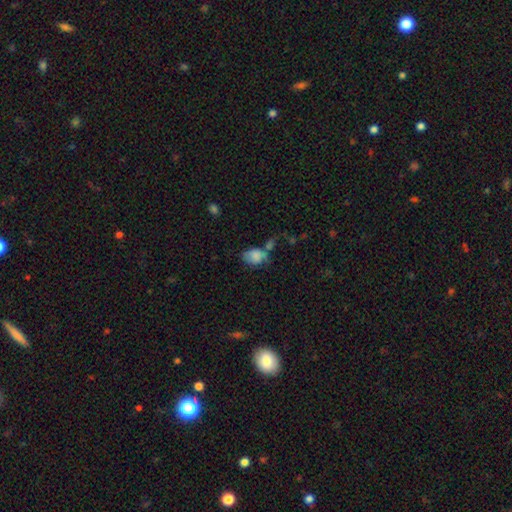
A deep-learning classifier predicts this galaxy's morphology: Smooth or featured? smooth (75%)
How rounded? in between (78%)
Merging? none (32%)